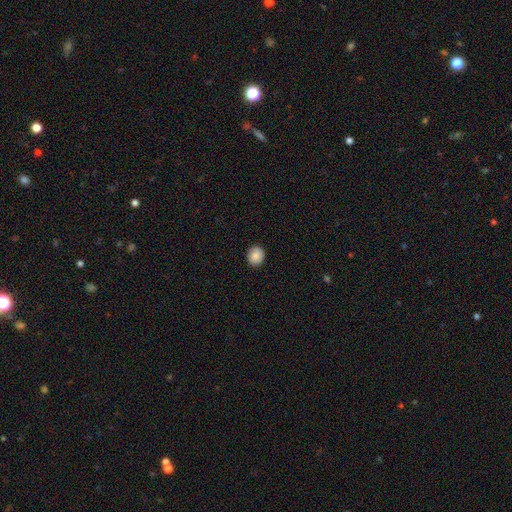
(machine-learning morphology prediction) Overall: smooth (88%). How rounded: round (74%). Merging: none (90%).